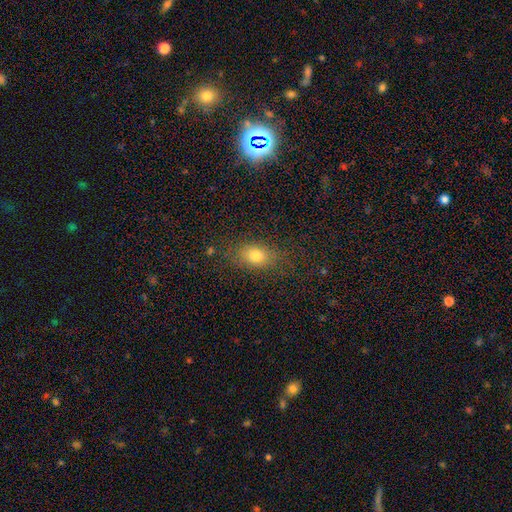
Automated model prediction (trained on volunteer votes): A smooth galaxy with no disk features (77%) that is in between round and cigar-shaped (74%).

Vote fractions:
- Smooth or featured? smooth: 77% / star or artifact: 12% / featured or disk: 11%
- How rounded? in between: 74% / round: 22% / cigar-shaped: 4%
- Merging? none: 80% / minor disturbance: 13% / major disturbance: 5% / merger: 2%